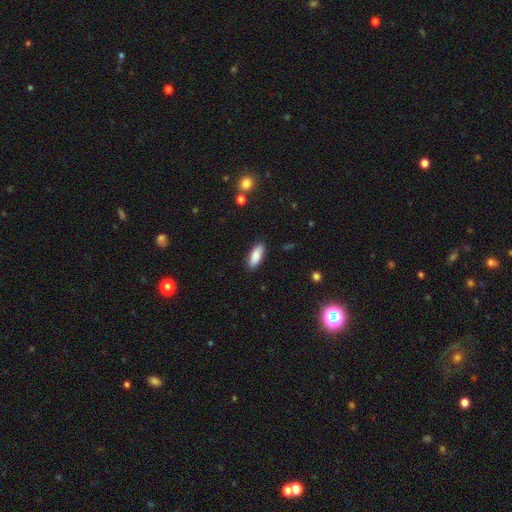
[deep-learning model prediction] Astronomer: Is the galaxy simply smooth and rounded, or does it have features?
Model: smooth — 87%.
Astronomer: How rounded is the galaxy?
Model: in between — 75%.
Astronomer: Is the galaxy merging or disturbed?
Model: none — 88%.